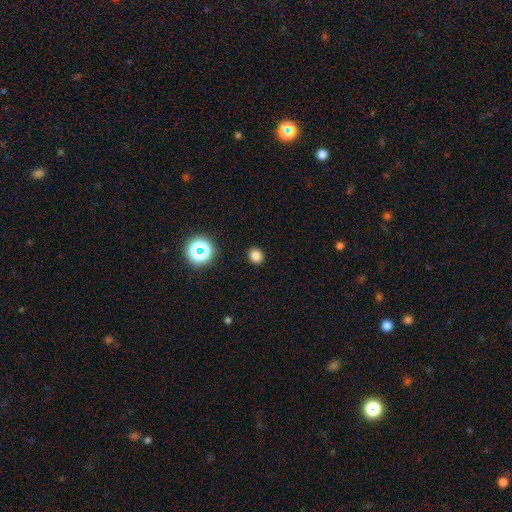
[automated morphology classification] smooth_or_featured: smooth (p=0.79) [alt: star or artifact p=0.16]
how_rounded: round (p=0.78) [alt: in between p=0.21]
merging: none (p=0.91) [alt: minor disturbance p=0.06]